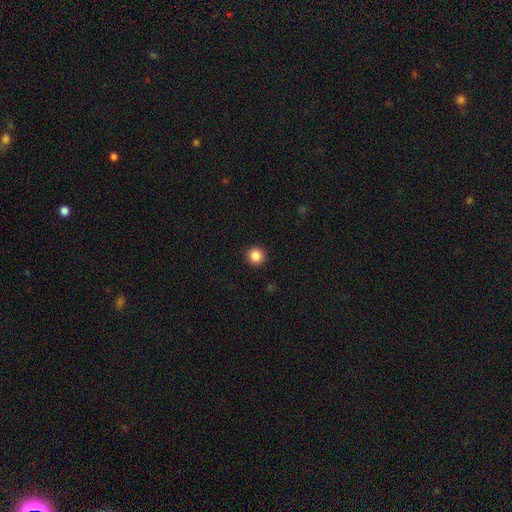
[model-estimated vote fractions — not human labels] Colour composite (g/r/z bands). It shows a smooth galaxy with no disk features (86%) that is round (95%). Merging: none (93%).